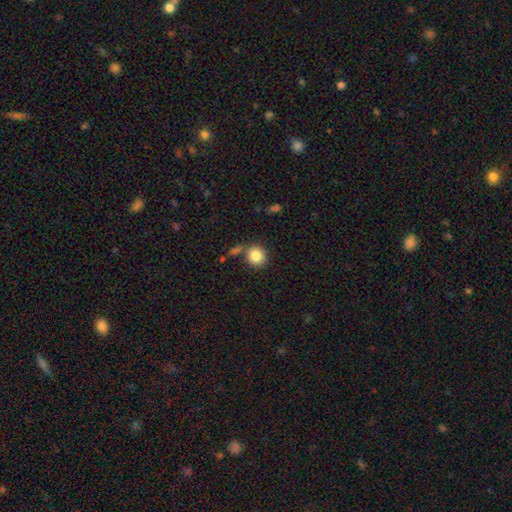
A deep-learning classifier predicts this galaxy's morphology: Smooth or featured?
  - smooth: 84% *
  - star or artifact: 9%
  - featured or disk: 7%
How rounded?
  - round: 88% *
  - in between: 11%
  - cigar-shaped: 1%
Merging?
  - none: 73% *
  - merger: 12%
  - minor disturbance: 11%
  - major disturbance: 4%